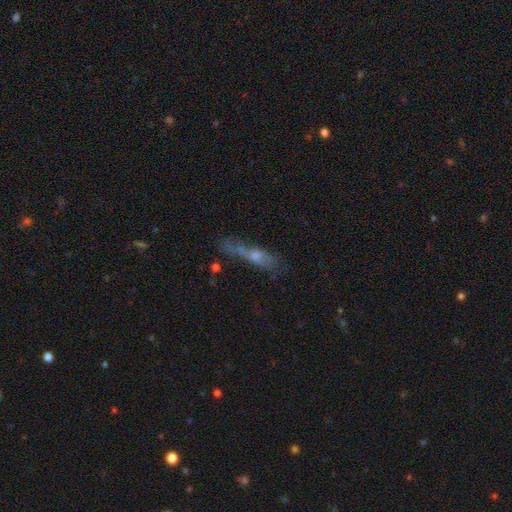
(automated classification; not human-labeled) This appears to be a featured or disk galaxy (45%). Merging: none (43%).